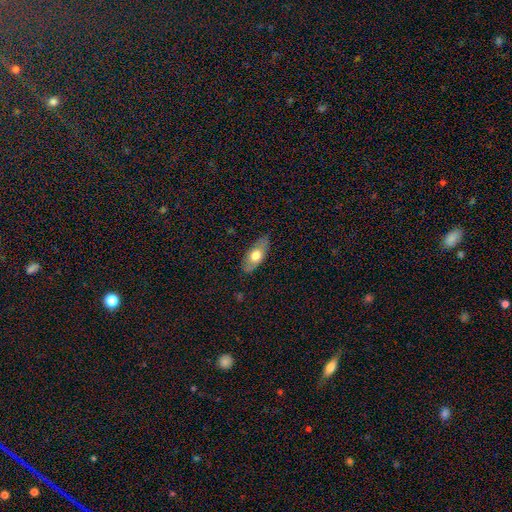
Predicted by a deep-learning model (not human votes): This is likely a smooth galaxy (64%). How rounded: clearly in between (81%). Merging: clearly none (82%).